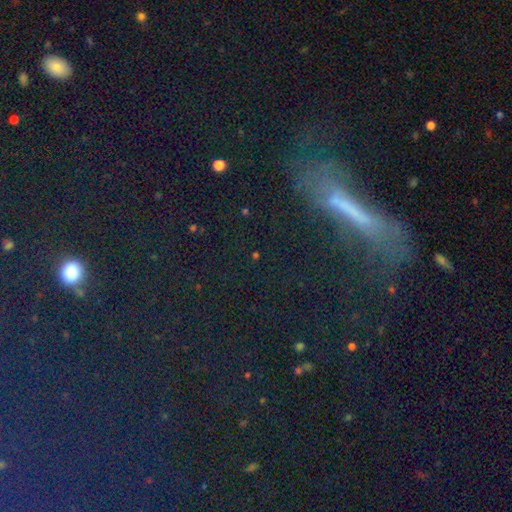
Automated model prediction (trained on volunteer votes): Overall: star or artifact (59%; smooth 26%).